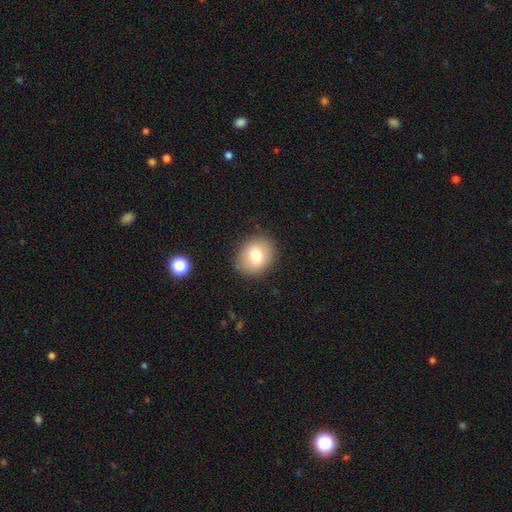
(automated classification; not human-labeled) smooth 77%, featured or disk 13%, star or artifact 10%. Down the decision tree: how rounded — round (60%); merging — none (88%).